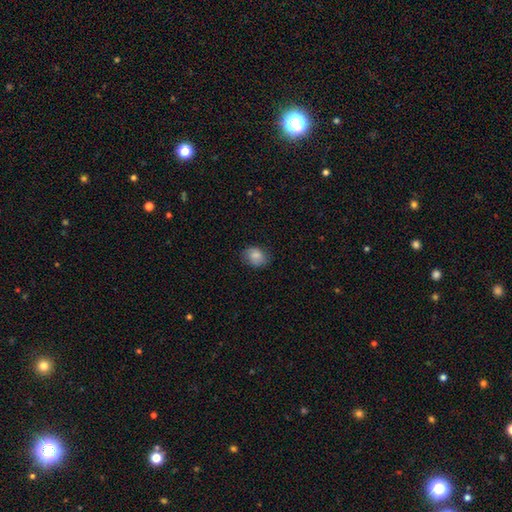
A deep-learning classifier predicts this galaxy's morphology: smooth-or-featured: smooth: 82% | featured or disk: 11% | star or artifact: 8%
  how-rounded: in between: 58% | round: 41% | cigar-shaped: 1%
  merging: none: 76% | minor disturbance: 19% | major disturbance: 4% | merger: 1%